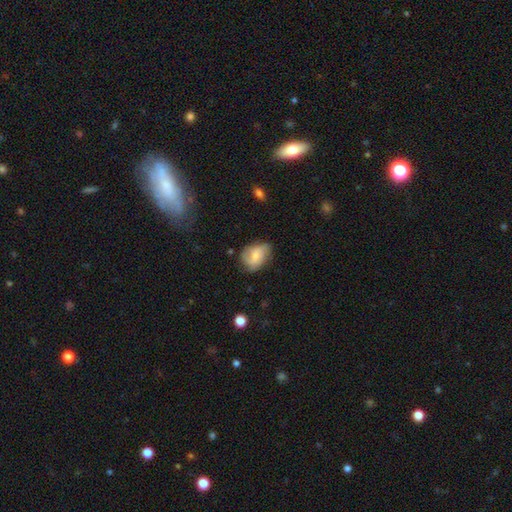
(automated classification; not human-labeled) The model was most divided on "smooth or featured": featured or disk: 48%, smooth: 45%, star or artifact: 7%. More confident: merging — none (57%).